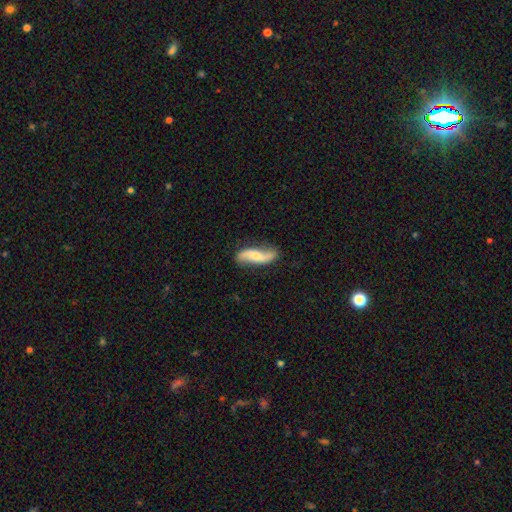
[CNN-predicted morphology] This appears to be a featured or disk galaxy (69%) with no bar (53%), 2 (92%) loose (83%) spiral arms (94%) and a small central bulge (44%). Merging: none (77%).